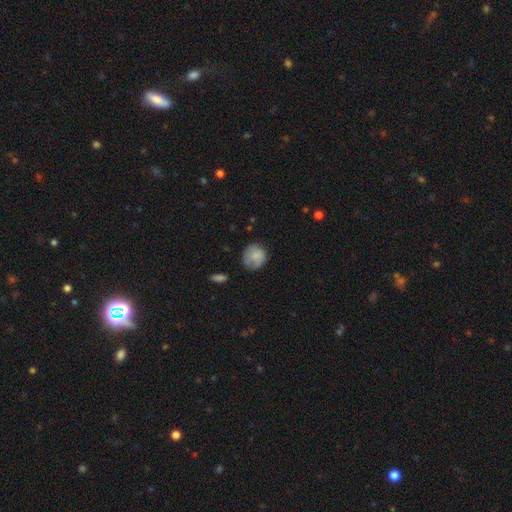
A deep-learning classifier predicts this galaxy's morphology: The model was most divided on "merging": none: 61%, minor disturbance: 28%, major disturbance: 9%, merger: 2%. More confident: how rounded — round (79%); smooth or featured — smooth (79%).